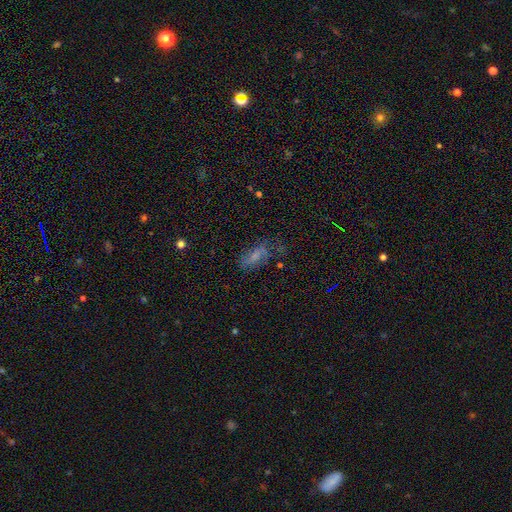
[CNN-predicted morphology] Smooth or featured?
  - smooth: 55% *
  - featured or disk: 30%
  - star or artifact: 15%
How rounded?
  - in between: 78% *
  - cigar-shaped: 17%
  - round: 5%
Merging?
  - none: 57% *
  - minor disturbance: 25%
  - major disturbance: 14%
  - merger: 4%